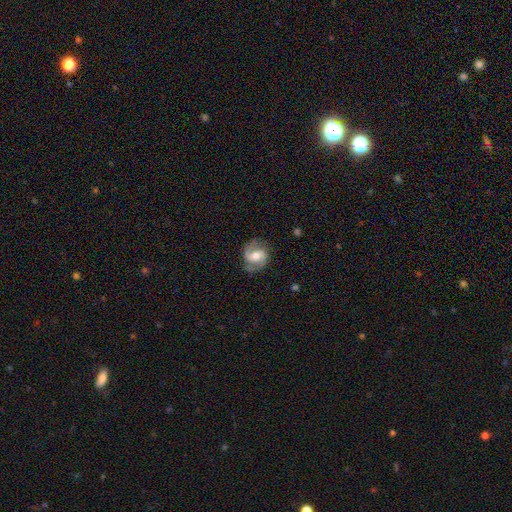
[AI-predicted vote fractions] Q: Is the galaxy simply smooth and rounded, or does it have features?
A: featured or disk — 81%.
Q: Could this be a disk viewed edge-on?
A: no — 98%.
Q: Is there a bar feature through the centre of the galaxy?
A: weak — 44%.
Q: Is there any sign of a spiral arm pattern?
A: yes — 95%.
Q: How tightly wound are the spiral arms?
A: medium — 52%.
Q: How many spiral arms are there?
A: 2 — 90%.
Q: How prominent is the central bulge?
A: moderate — 67%.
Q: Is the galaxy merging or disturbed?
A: none — 77%.